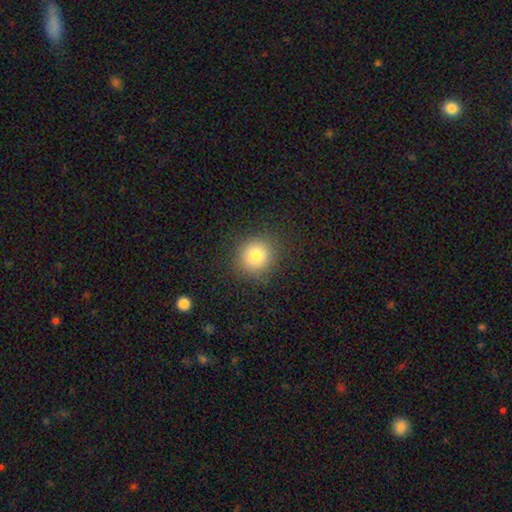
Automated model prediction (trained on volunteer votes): Smooth or featured?
  - smooth: 79% *
  - star or artifact: 12%
  - featured or disk: 8%
How rounded?
  - round: 90% *
  - in between: 9%
  - cigar-shaped: 1%
Merging?
  - none: 88% *
  - minor disturbance: 8%
  - major disturbance: 3%
  - merger: 1%